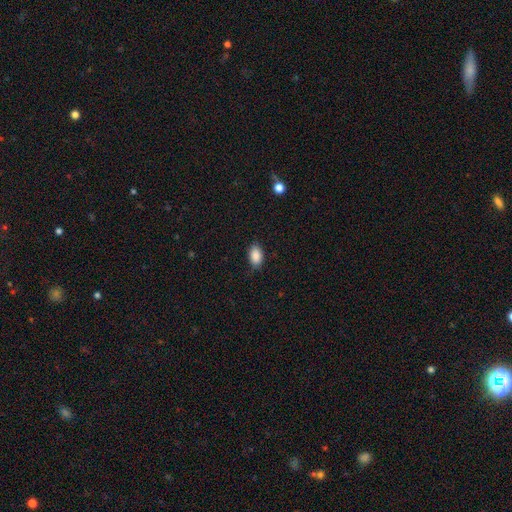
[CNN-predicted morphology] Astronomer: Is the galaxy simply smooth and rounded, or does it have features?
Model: smooth — 89%.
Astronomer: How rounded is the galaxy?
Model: in between — 89%.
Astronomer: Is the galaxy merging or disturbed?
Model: none — 83%.